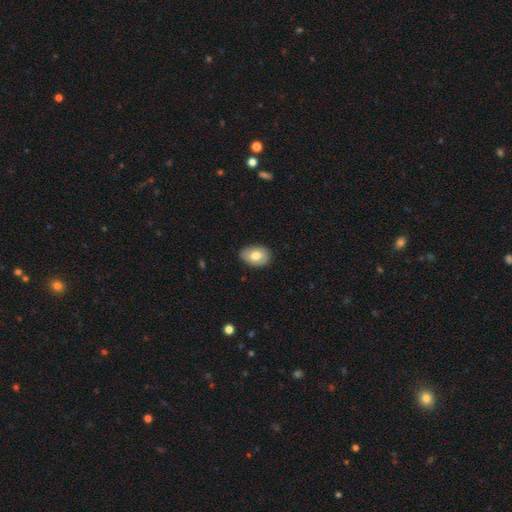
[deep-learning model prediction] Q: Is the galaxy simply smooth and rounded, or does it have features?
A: smooth — 75%.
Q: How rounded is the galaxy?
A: in between — 82%.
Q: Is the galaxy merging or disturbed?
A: none — 80%.